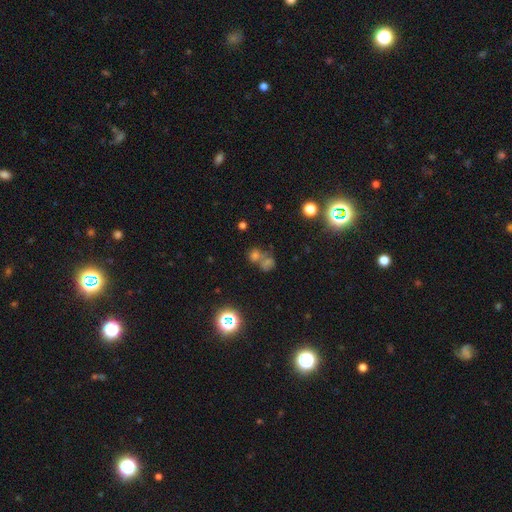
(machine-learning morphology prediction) Smooth or featured? smooth (52%)
How rounded? round (66%)
Merging? merger (52%)